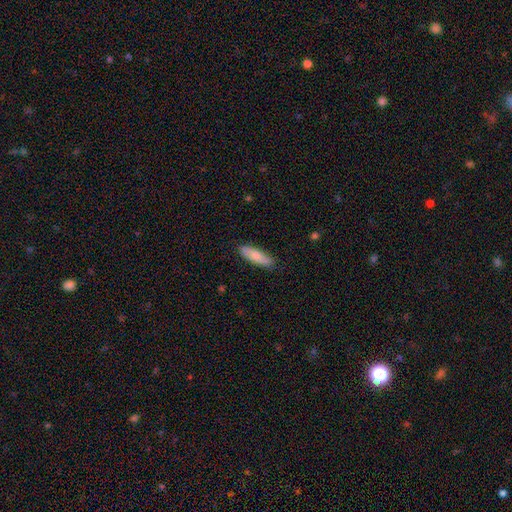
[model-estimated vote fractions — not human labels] smooth_or_featured: smooth (p=0.75) [alt: featured or disk p=0.19]
how_rounded: cigar-shaped (p=0.51) [alt: in between p=0.48]
merging: none (p=0.83) [alt: minor disturbance p=0.14]